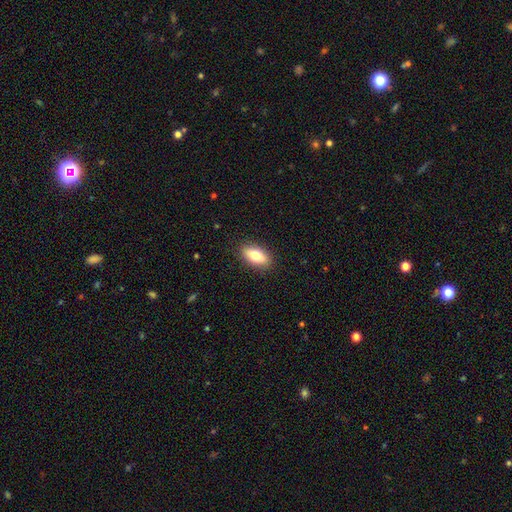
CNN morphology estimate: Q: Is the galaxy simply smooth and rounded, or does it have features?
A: smooth — 73%.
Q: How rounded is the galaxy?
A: in between — 85%.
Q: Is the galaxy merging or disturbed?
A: none — 89%.